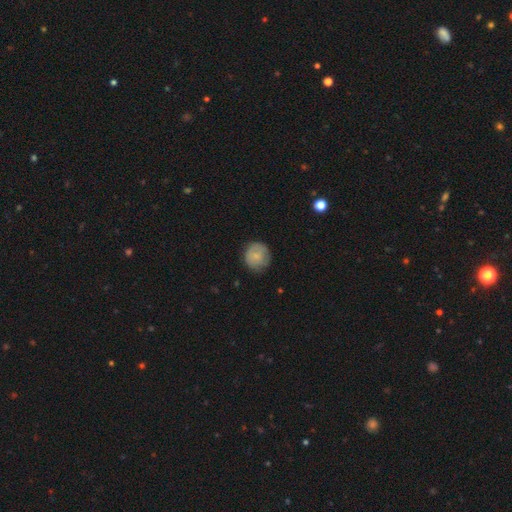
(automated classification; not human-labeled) Smooth or featured? smooth (75%)
How rounded? round (89%)
Merging? none (75%)